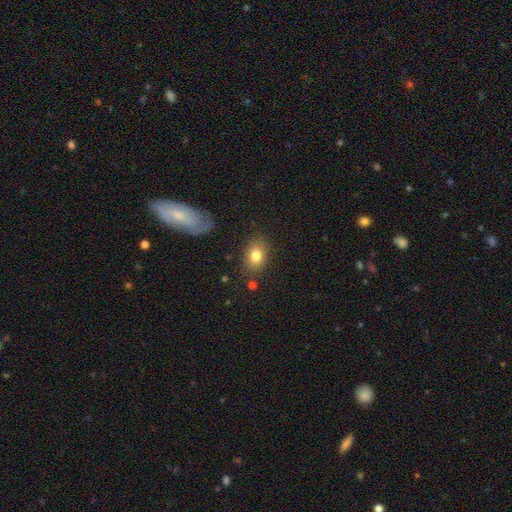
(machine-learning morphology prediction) This appears to be a smooth galaxy with no disk features (80%) that is in between round and cigar-shaped (72%). Merging: none (81%).